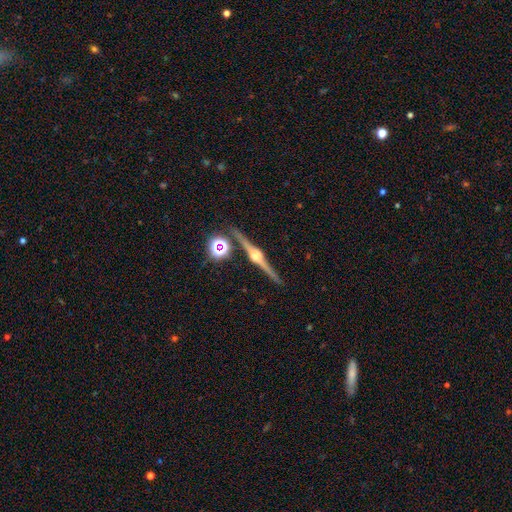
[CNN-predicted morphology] This appears to be a featured or disk galaxy (87%) viewed edge-on (98%) with a rounded central bulge (93%). Merging: none (91%).